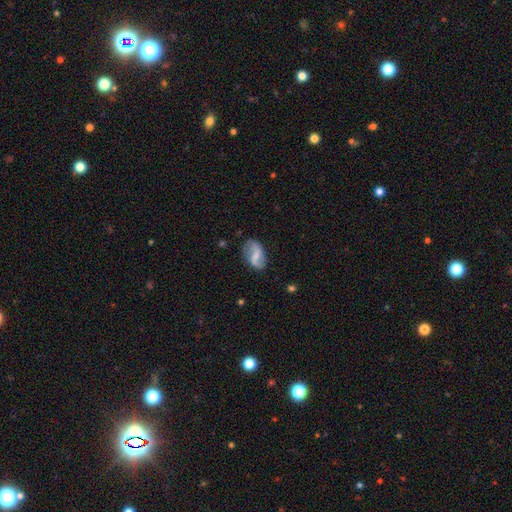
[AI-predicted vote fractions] smooth_or_featured: featured or disk (p=0.67) [alt: smooth p=0.26]
disk_edge_on: no (p=0.97) [alt: yes p=0.03]
bar: weak (p=0.47) [alt: strong p=0.31]
has_spiral_arms: yes (p=0.86) [alt: no p=0.14]
spiral_winding: loose (p=0.72) [alt: medium p=0.21]
spiral_arm_count: 2 (p=0.88) [alt: can't tell p=0.05]
bulge_size: small (p=0.39) [alt: none p=0.35]
merging: none (p=0.72) [alt: minor disturbance p=0.19]